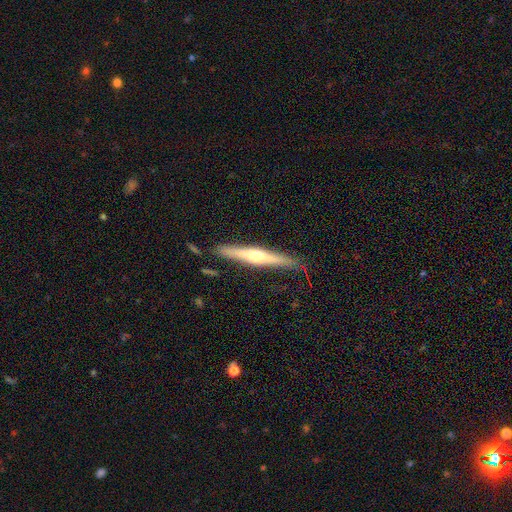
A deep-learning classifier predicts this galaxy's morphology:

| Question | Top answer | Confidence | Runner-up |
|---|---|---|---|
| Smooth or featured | featured or disk | 69% | smooth (25%) |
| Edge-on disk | yes | 97% | no (3%) |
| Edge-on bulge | rounded | 84% | none (10%) |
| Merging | none | 86% | minor disturbance (10%) |